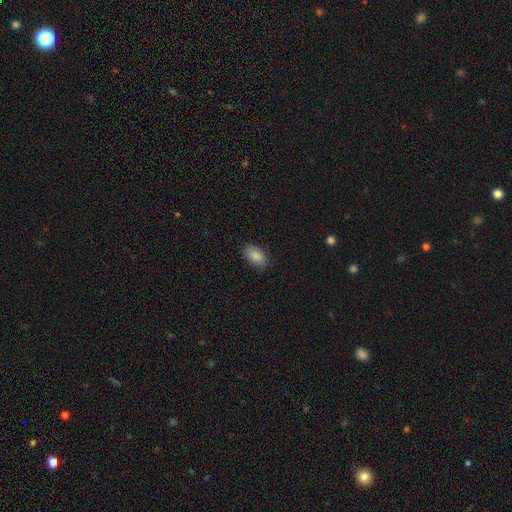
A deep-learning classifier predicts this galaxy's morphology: Smooth or featured?
  - smooth: 88% *
  - star or artifact: 7%
  - featured or disk: 5%
How rounded?
  - in between: 92% *
  - round: 6%
  - cigar-shaped: 2%
Merging?
  - none: 83% *
  - minor disturbance: 13%
  - major disturbance: 3%
  - merger: 1%